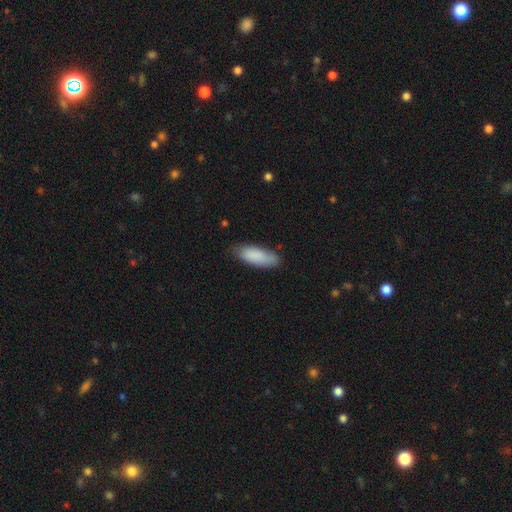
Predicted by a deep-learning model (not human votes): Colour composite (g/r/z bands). It shows a smooth galaxy with no disk features (87%) that is in between round and cigar-shaped (71%). Merging: none (75%).